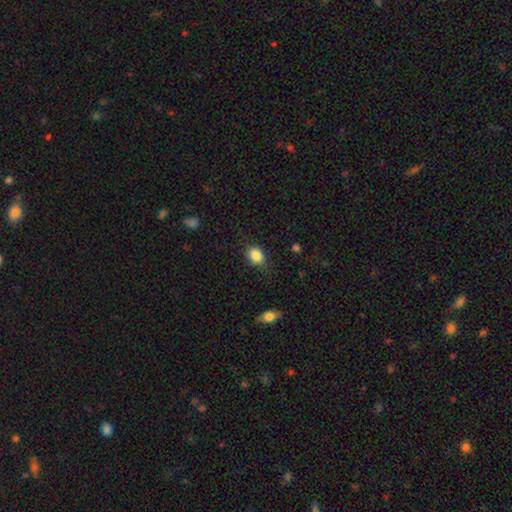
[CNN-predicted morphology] A smooth galaxy with no disk features (86%) that is in between round and cigar-shaped (59%).

Vote fractions:
- Smooth or featured? smooth: 86% / star or artifact: 9% / featured or disk: 5%
- How rounded? in between: 59% / round: 40% / cigar-shaped: 1%
- Merging? none: 80% / minor disturbance: 14% / major disturbance: 4% / merger: 1%